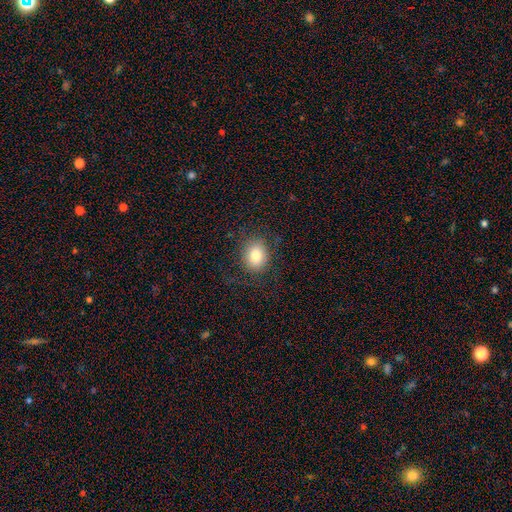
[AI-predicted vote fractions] Morphology: type=smooth (80%); roundness=in between (50%); merging=none (78%).